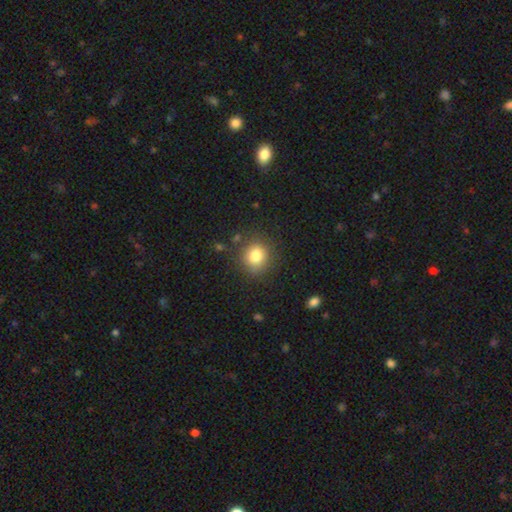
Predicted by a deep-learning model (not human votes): Morphology: type=smooth (81%); roundness=round (83%); merging=none (84%).